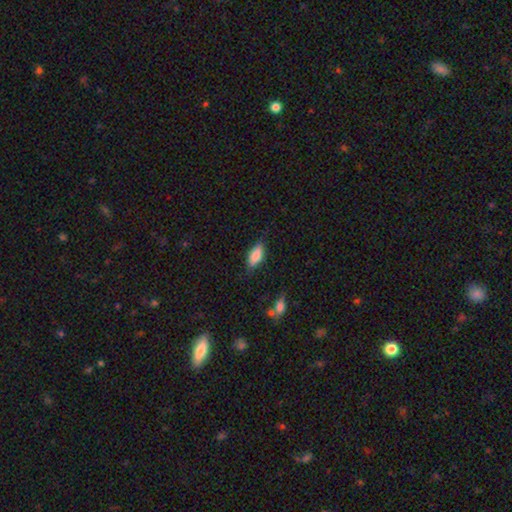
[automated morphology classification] A smooth galaxy with no disk features (81%) that is in between round and cigar-shaped (80%). Merging: none (75%).